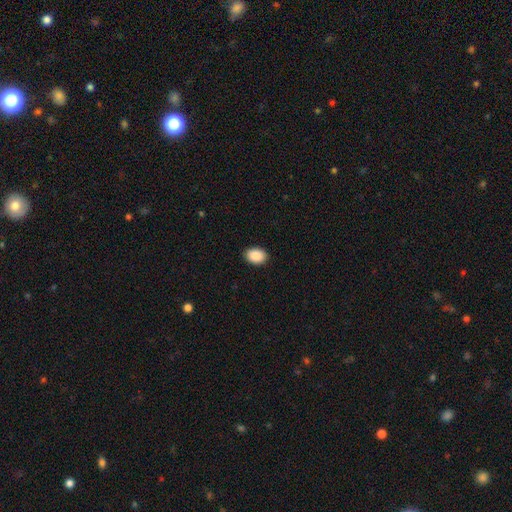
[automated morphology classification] The model was most divided on "how rounded": in between: 75%, round: 24%, cigar-shaped: 1%. More confident: smooth or featured — smooth (91%); merging — none (90%).